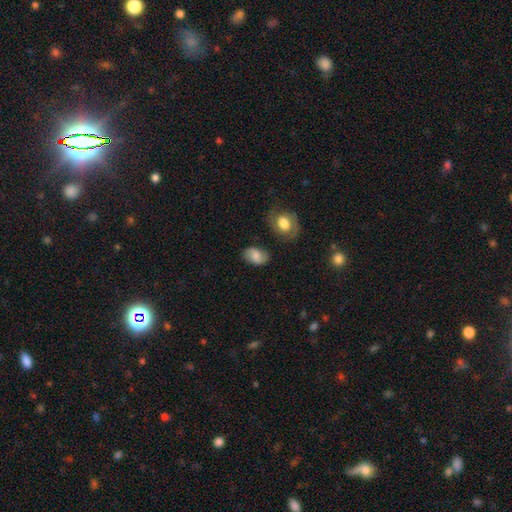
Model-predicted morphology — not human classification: Q: Smooth or featured?
A: smooth (59%); runner-up: featured or disk (32%)
Q: How rounded?
A: in between (82%); runner-up: round (16%)
Q: Merging?
A: none (74%); runner-up: minor disturbance (17%)